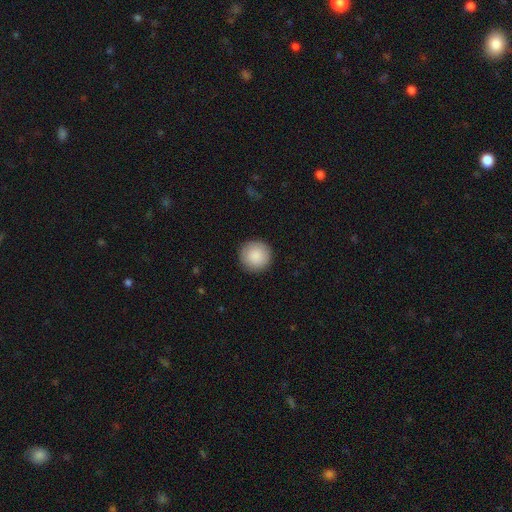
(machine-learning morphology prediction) The model was most divided on "smooth or featured": smooth: 88%, star or artifact: 7%, featured or disk: 5%. More confident: how rounded — round (96%); merging — none (91%).